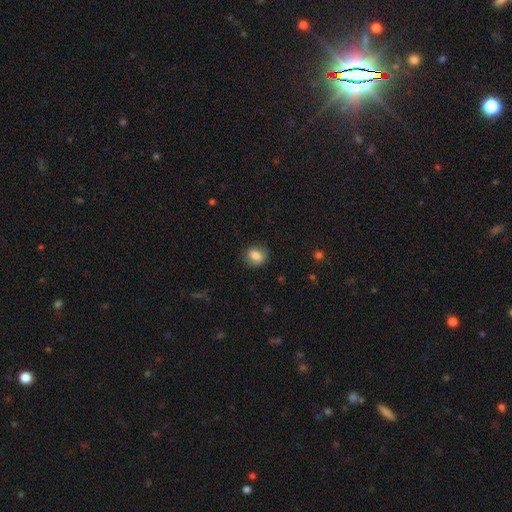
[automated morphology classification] This appears to be a smooth galaxy with no disk features (82%) that is round (65%). Merging: none (83%).